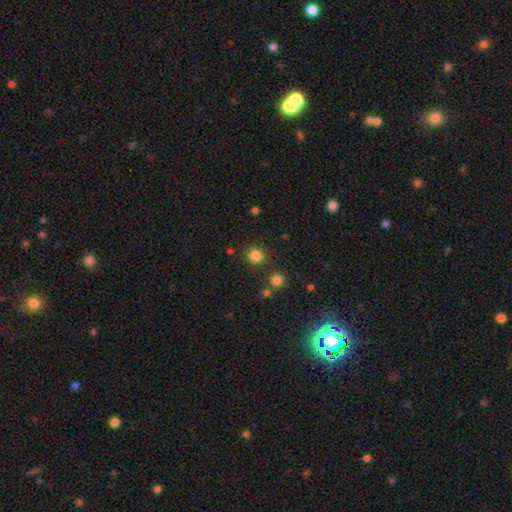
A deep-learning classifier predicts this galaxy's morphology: A smooth galaxy with no disk features (83%) that is round (90%). Merging: none (85%).